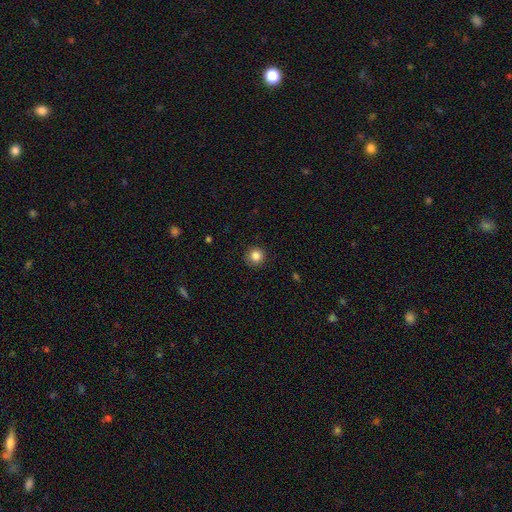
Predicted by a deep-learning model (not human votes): Smooth or featured? Predicted: smooth (p=0.84). How rounded? Predicted: round (p=0.94). Merging? Predicted: none (p=0.90).